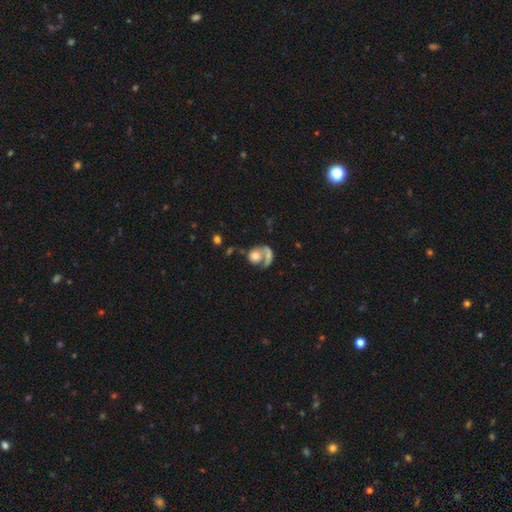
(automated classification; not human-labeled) Smooth or featured: smooth — 58% (featured or disk — 33%)
How rounded: round — 67% (in between — 31%)
Merging: merger — 47% (none — 26%)